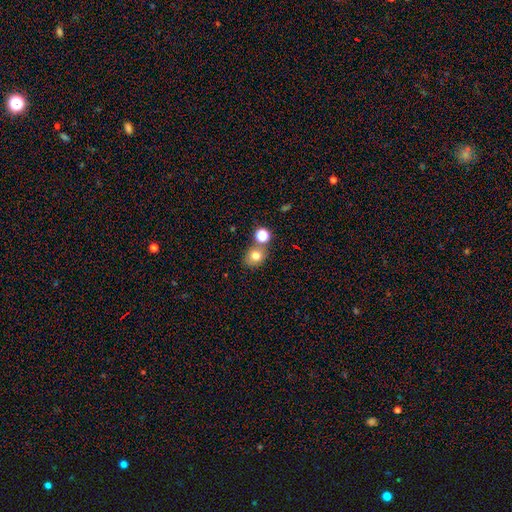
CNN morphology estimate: Overall: smooth (76%). How rounded: round (66%; in between 33%). Merging: none (68%).